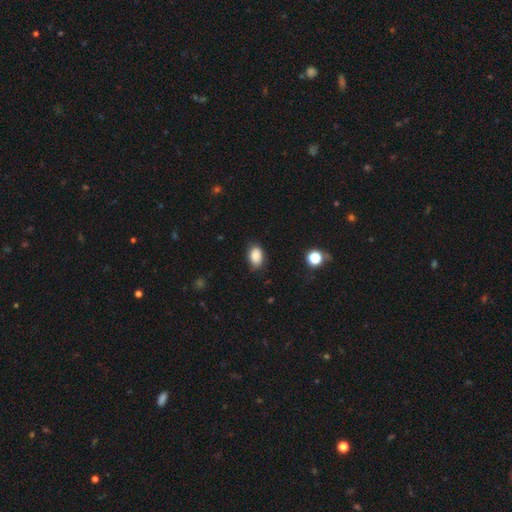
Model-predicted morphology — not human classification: A smooth galaxy with no disk features (87%) that is in between round and cigar-shaped (87%). Merging: none (78%).